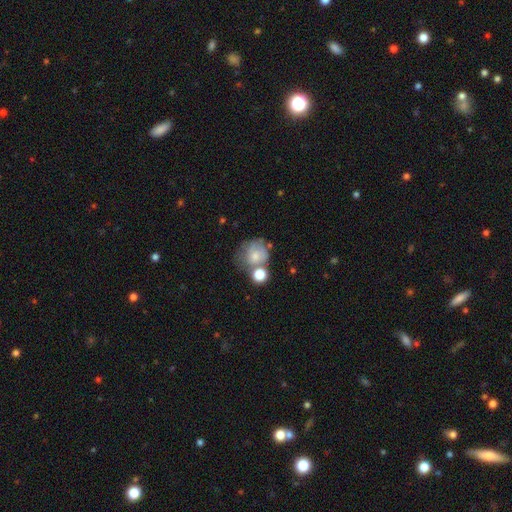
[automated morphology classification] smooth_or_featured: smooth (p=0.57) [alt: featured or disk p=0.33]
how_rounded: round (p=0.75) [alt: in between p=0.24]
merging: none (p=0.37) [alt: merger p=0.27]